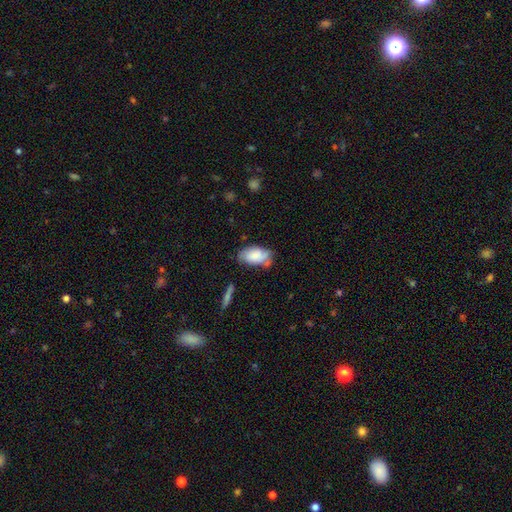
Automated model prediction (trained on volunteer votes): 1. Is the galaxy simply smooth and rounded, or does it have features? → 74% smooth, 19% featured or disk, 7% star or artifact.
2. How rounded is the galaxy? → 93% in between, 4% round, 3% cigar-shaped.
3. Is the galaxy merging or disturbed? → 57% none, 29% minor disturbance, 7% major disturbance, 7% merger.